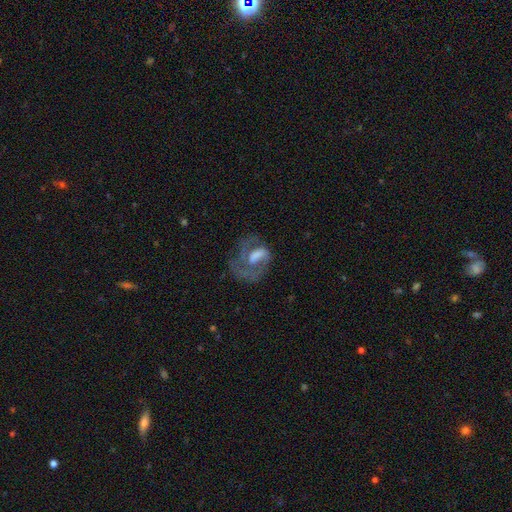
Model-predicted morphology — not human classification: Smooth or featured? Predicted: featured or disk (p=0.70). Edge-on disk? Predicted: no (p=0.97). Bar? Predicted: weak (p=0.42). Spiral arms? Predicted: yes (p=0.76). Spiral winding? Predicted: medium (p=0.42). Spiral arm count? Predicted: 1 (p=0.36). Bulge size? Predicted: moderate (p=0.34). Merging? Predicted: none (p=0.44).